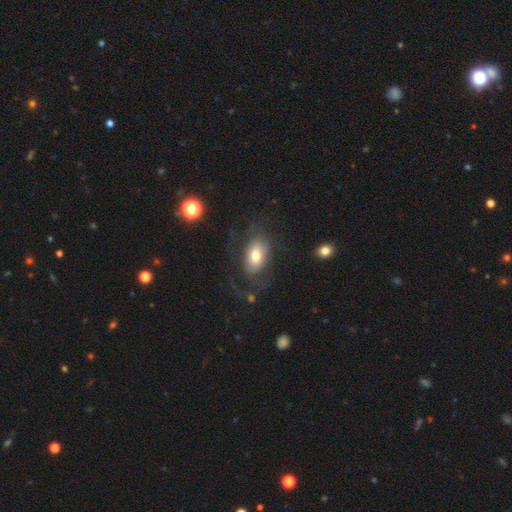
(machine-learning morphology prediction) This is possibly a smooth galaxy (53%). How rounded: clearly in between (90%). Merging: possibly none (55%).